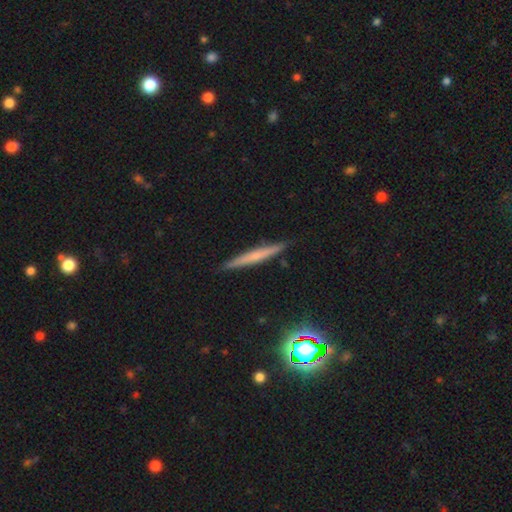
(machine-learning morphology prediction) smooth 46%, featured or disk 44%, star or artifact 10%. Down the decision tree: merging — none (90%).